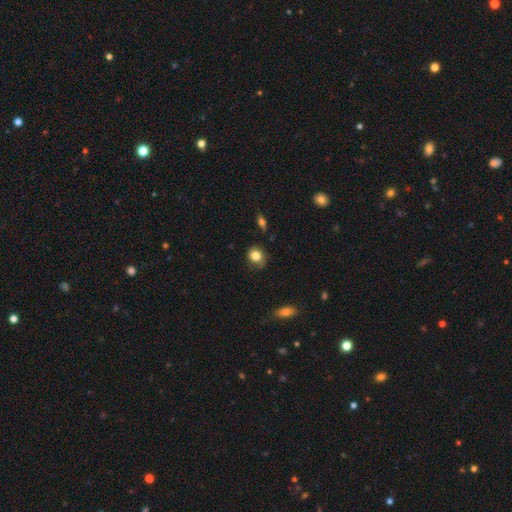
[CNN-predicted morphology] The model was most divided on "how rounded": round: 63%, in between: 36%, cigar-shaped: 1%. More confident: smooth or featured — smooth (80%); merging — none (71%).